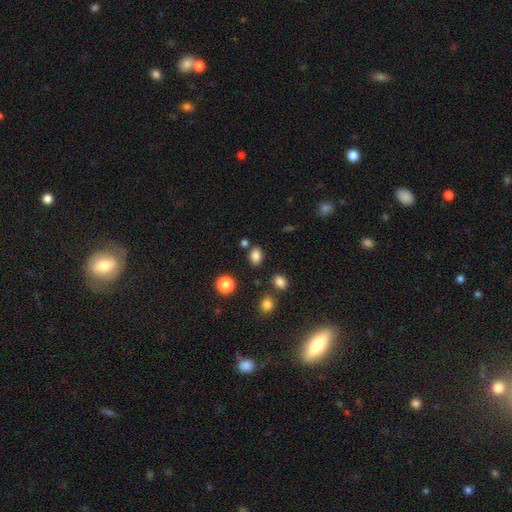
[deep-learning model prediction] Morphology: type=smooth (83%); roundness=in between (71%); merging=none (80%).